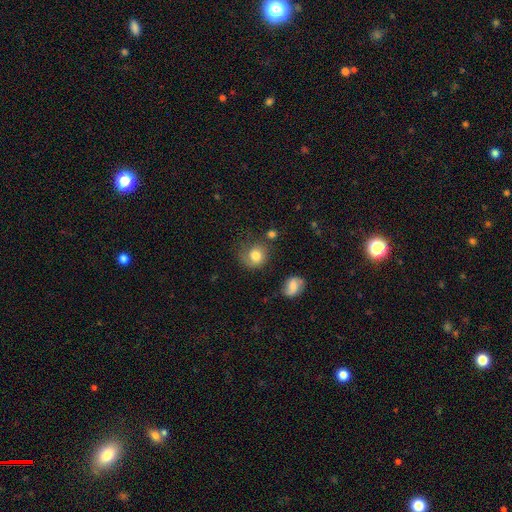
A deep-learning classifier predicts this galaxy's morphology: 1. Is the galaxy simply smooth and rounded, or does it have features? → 76% smooth, 15% featured or disk, 10% star or artifact.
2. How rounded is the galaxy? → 79% round, 20% in between, 1% cigar-shaped.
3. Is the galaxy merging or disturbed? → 58% none, 24% minor disturbance, 13% major disturbance, 5% merger.